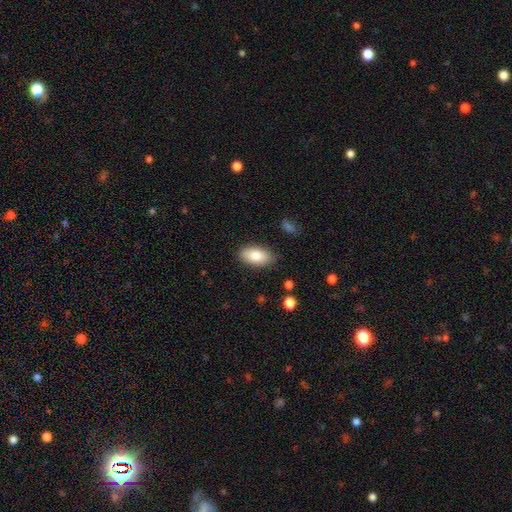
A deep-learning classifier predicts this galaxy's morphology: Overall: smooth (81%). How rounded: in between (93%). Merging: none (85%).